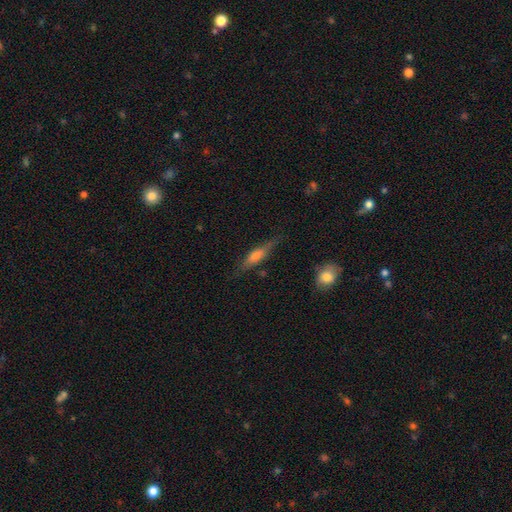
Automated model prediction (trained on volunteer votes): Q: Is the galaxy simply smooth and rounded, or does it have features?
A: smooth — 47%.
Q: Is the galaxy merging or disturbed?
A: none — 76%.